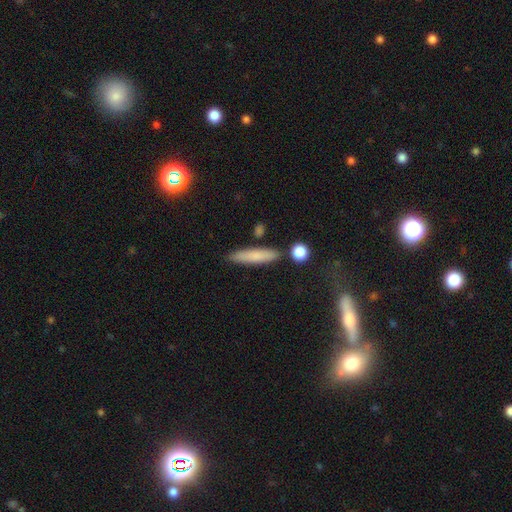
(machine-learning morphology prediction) A smooth galaxy with no disk features (76%) that is cigar-shaped (85%).

Vote fractions:
- Smooth or featured? smooth: 76% / featured or disk: 17% / star or artifact: 7%
- How rounded? cigar-shaped: 85% / in between: 13% / round: 2%
- Merging? none: 83% / minor disturbance: 10% / merger: 5% / major disturbance: 2%